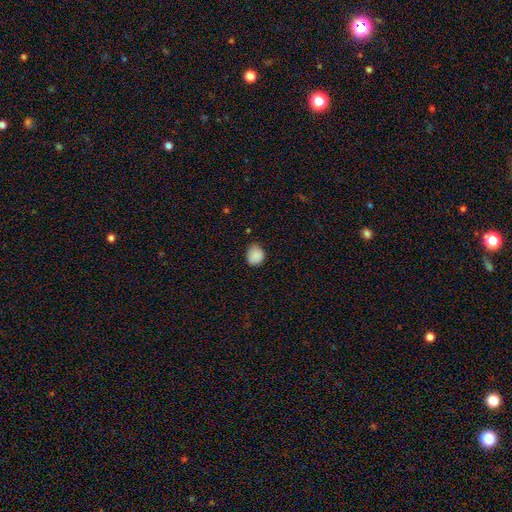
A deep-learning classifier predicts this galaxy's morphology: This is clearly a smooth galaxy (88%). How rounded: likely round (66%). Merging: likely none (72%).